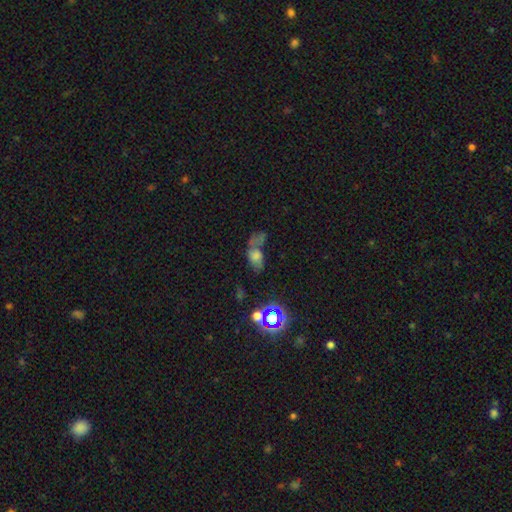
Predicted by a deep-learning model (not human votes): This appears to be a smooth galaxy with no disk features (52%) that is in between round and cigar-shaped (79%). Merging: major disturbance (31%).